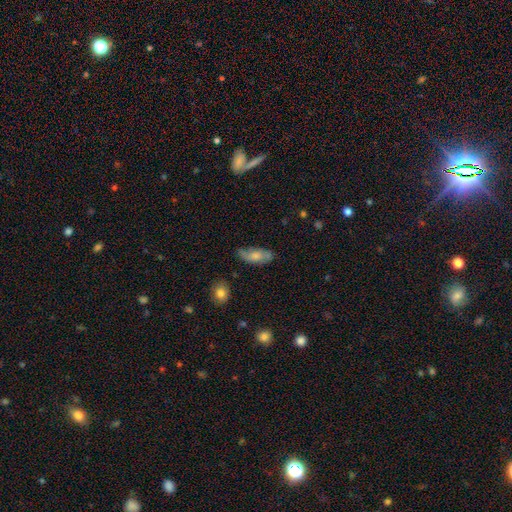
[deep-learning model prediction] smooth-or-featured: smooth: 62% | featured or disk: 31% | star or artifact: 7%
  how-rounded: in between: 82% | cigar-shaped: 15% | round: 3%
  merging: none: 66% | minor disturbance: 26% | major disturbance: 6% | merger: 3%